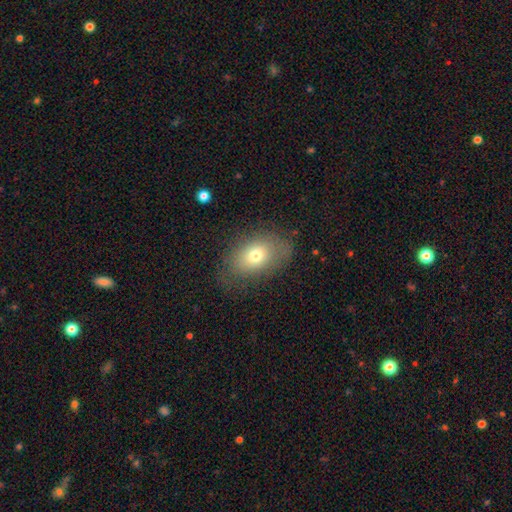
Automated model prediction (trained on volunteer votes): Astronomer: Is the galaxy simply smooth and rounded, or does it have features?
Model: smooth — 71%.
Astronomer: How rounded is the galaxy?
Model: in between — 82%.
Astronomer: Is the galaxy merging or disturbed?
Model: none — 72%.